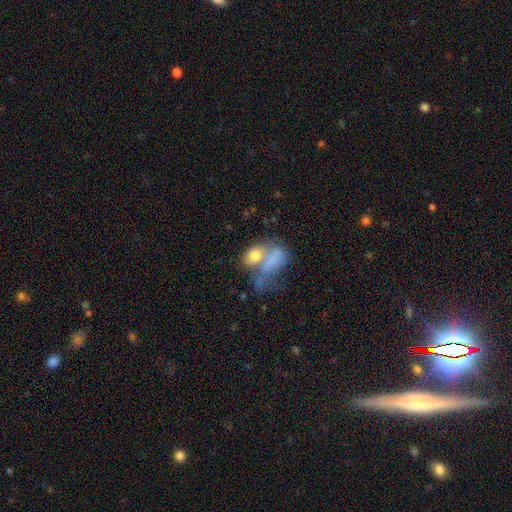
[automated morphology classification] The model was most divided on "merging": merger: 57%, none: 18%, major disturbance: 16%, minor disturbance: 9%. More confident: how rounded — in between (78%); smooth or featured — smooth (71%).